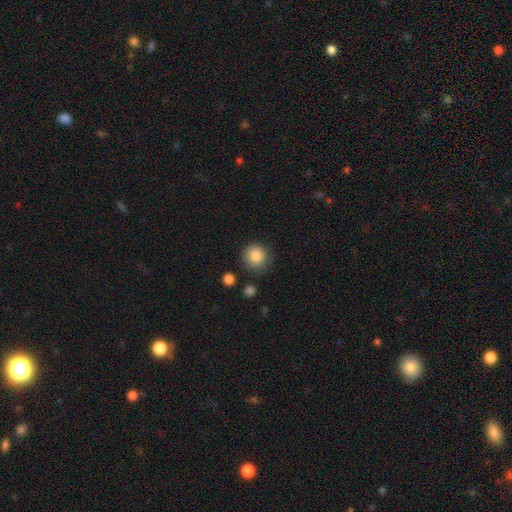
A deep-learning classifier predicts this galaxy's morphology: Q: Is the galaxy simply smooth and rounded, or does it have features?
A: smooth — 86%.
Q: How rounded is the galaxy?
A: round — 93%.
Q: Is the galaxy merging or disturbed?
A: none — 83%.